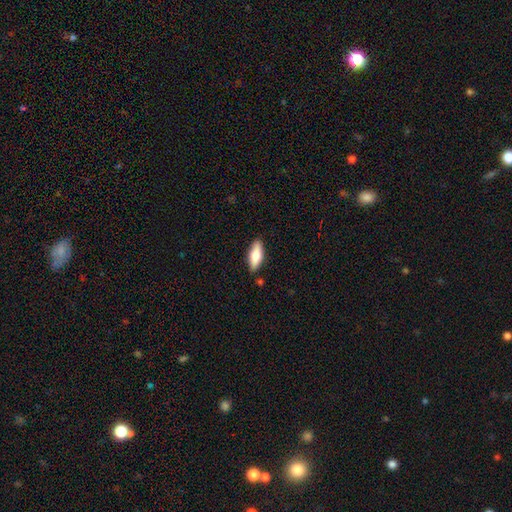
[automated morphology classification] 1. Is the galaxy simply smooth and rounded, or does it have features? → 73% smooth, 21% featured or disk, 6% star or artifact.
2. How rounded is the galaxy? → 70% in between, 27% cigar-shaped, 2% round.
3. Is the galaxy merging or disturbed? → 85% none, 11% minor disturbance, 2% major disturbance, 2% merger.